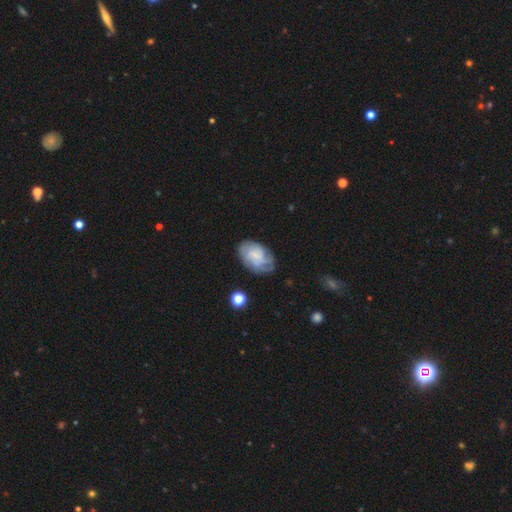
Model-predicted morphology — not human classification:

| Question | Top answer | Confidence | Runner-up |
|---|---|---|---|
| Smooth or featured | featured or disk | 62% | smooth (30%) |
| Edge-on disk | no | 97% | yes (3%) |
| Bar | no | 63% | weak (33%) |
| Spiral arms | yes | 88% | no (12%) |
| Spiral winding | tight | 51% | medium (35%) |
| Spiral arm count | can't tell | 47% | 3 (16%) |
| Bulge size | small | 54% | none (25%) |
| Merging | none | 63% | minor disturbance (24%) |